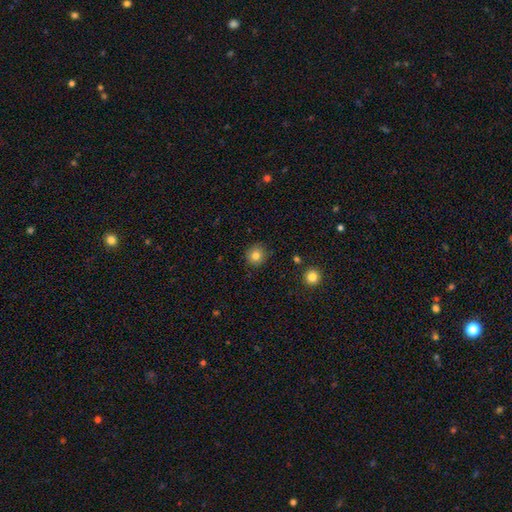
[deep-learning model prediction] A smooth galaxy with no disk features (81%) that is round (93%). Merging: none (89%).